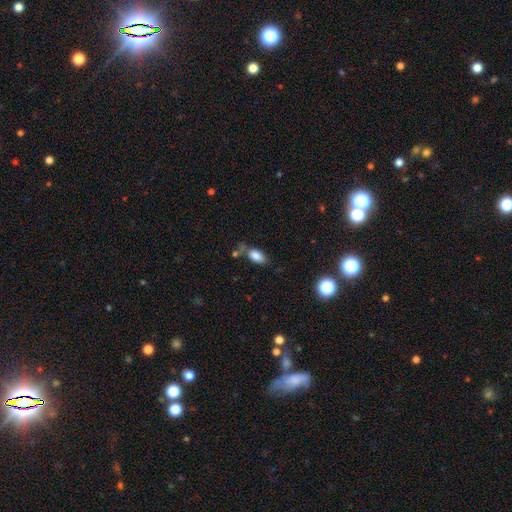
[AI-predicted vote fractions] smooth-or-featured: smooth: 82% | star or artifact: 9% | featured or disk: 9%
  how-rounded: in between: 91% | round: 6% | cigar-shaped: 4%
  merging: none: 55% | minor disturbance: 21% | merger: 16% | major disturbance: 9%